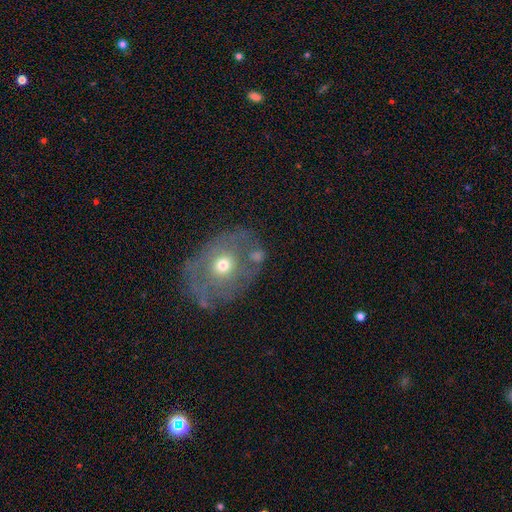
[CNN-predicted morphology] type=featured or disk (54%); edge-on=no (94%); bar=no (87%); spiral arms=no (67%); bulge=moderate (58%); merging=none (61%).